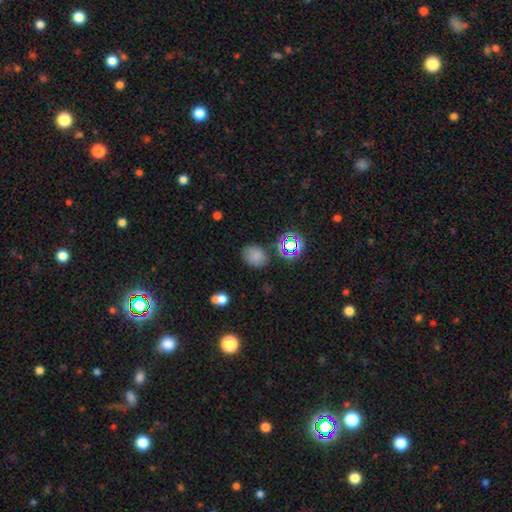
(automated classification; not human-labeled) smooth-or-featured: smooth: 75% | star or artifact: 18% | featured or disk: 7%
  how-rounded: in between: 61% | round: 38% | cigar-shaped: 1%
  merging: none: 73% | minor disturbance: 16% | merger: 6% | major disturbance: 5%